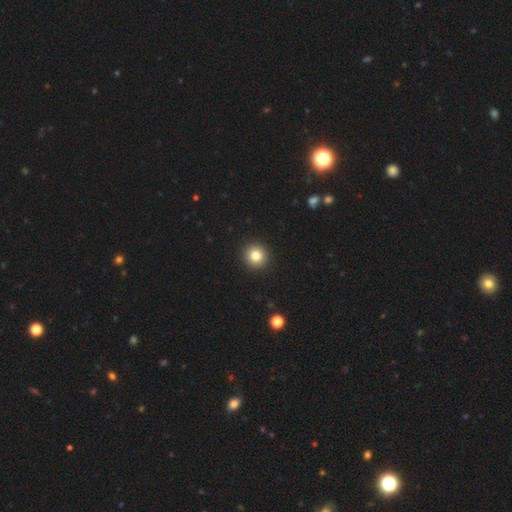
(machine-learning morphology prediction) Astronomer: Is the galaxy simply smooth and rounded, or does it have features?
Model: smooth — 82%.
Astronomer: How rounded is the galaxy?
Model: round — 94%.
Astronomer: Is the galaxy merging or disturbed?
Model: none — 93%.